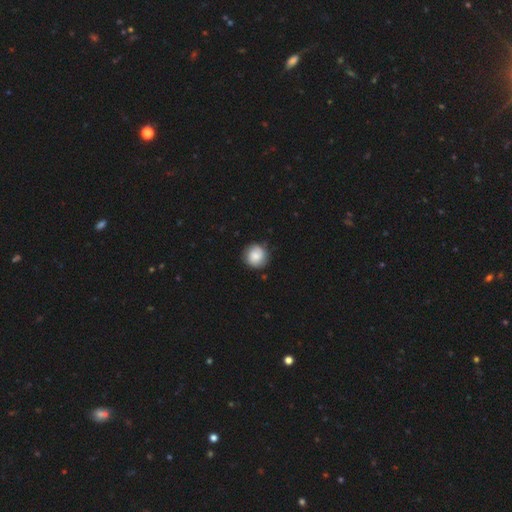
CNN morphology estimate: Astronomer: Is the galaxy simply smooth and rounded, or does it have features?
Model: smooth — 77%.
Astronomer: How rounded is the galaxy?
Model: round — 92%.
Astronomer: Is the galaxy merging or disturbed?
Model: none — 83%.